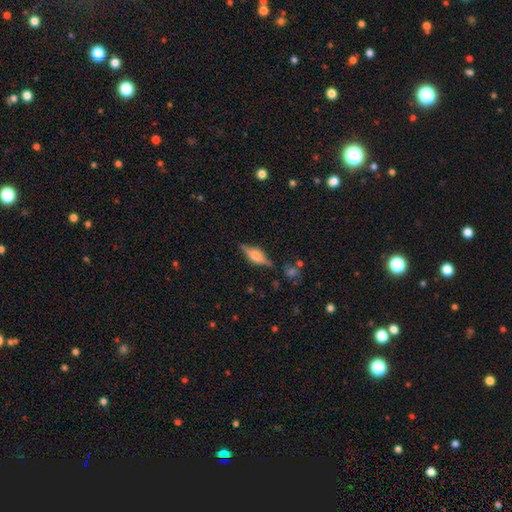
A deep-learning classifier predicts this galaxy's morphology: Smooth or featured: featured or disk — 62% (smooth — 31%)
Edge-on disk: yes — 95% (no — 5%)
Edge-on bulge: rounded — 78% (boxy — 19%)
Merging: none — 82% (minor disturbance — 13%)